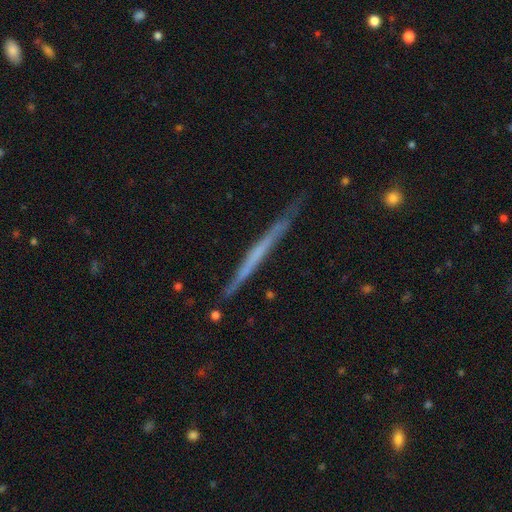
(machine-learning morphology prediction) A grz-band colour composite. It shows a featured or disk galaxy (61%) viewed edge-on (97%) with no central bulge (88%). Merging: none (82%).